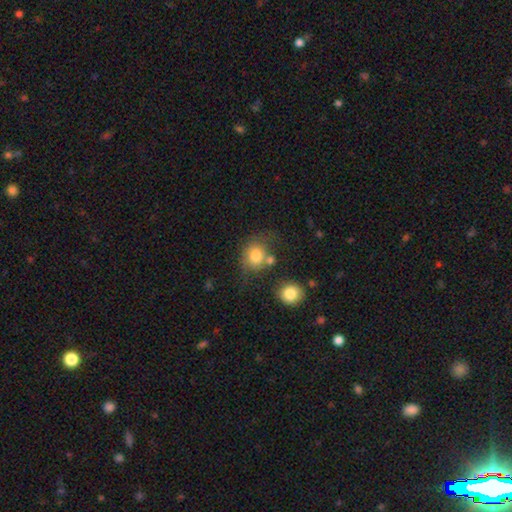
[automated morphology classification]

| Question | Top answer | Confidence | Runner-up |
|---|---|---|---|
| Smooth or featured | smooth | 78% | featured or disk (12%) |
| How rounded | round | 68% | in between (31%) |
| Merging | none | 50% | merger (20%) |